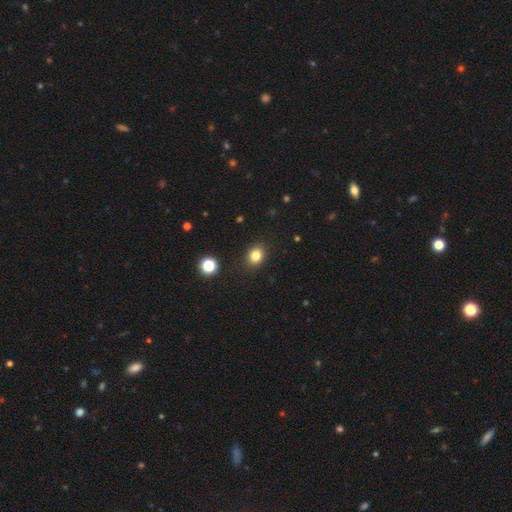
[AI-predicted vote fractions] smooth-or-featured: smooth: 82% | star or artifact: 12% | featured or disk: 6%
  how-rounded: round: 53% | in between: 46% | cigar-shaped: 1%
  merging: none: 88% | minor disturbance: 8% | major disturbance: 2% | merger: 1%